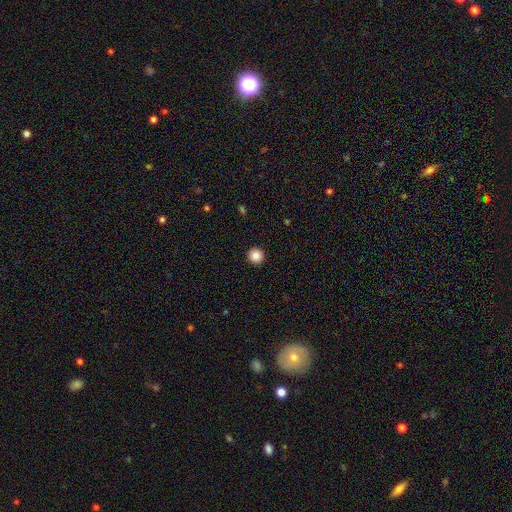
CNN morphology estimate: Q: Smooth or featured?
A: smooth (85%); runner-up: star or artifact (10%)
Q: How rounded?
A: round (96%); runner-up: in between (3%)
Q: Merging?
A: none (94%); runner-up: minor disturbance (4%)